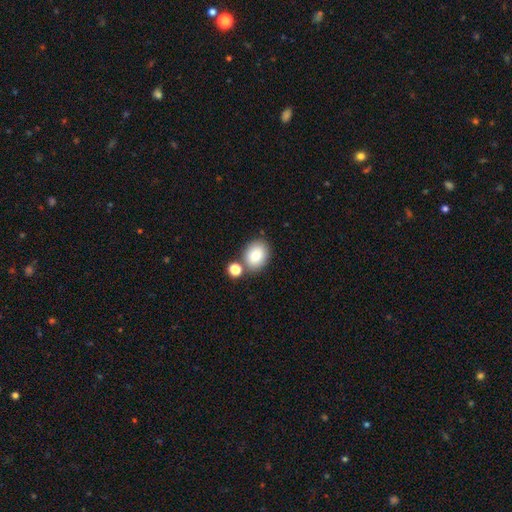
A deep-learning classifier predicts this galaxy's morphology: This is clearly a smooth galaxy (81%). How rounded: possibly in between (57%). Merging: likely none (71%).